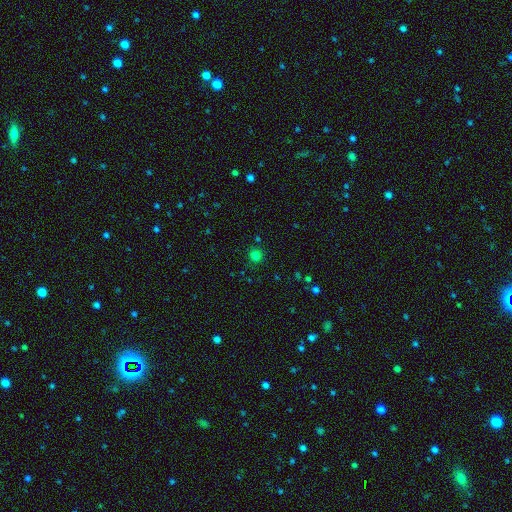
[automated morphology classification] This appears to be a smooth galaxy with no disk features (77%) that is round (93%). Merging: none (89%).